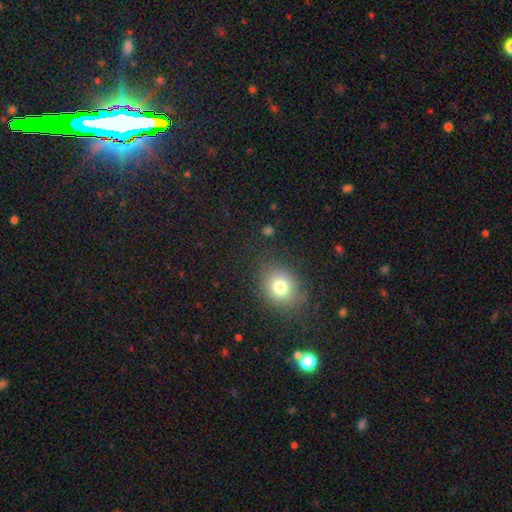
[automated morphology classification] smooth-or-featured: smooth: 60% | star or artifact: 31% | featured or disk: 9%
  how-rounded: round: 60% | in between: 38% | cigar-shaped: 1%
  merging: none: 88% | minor disturbance: 7% | major disturbance: 3% | merger: 2%